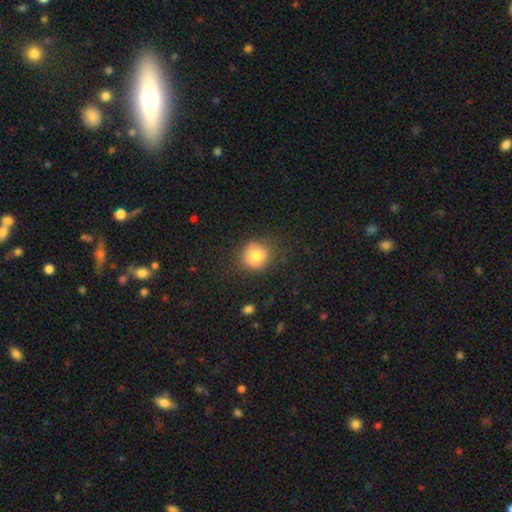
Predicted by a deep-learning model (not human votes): Overall: smooth (74%). How rounded: round (88%). Merging: none (72%).